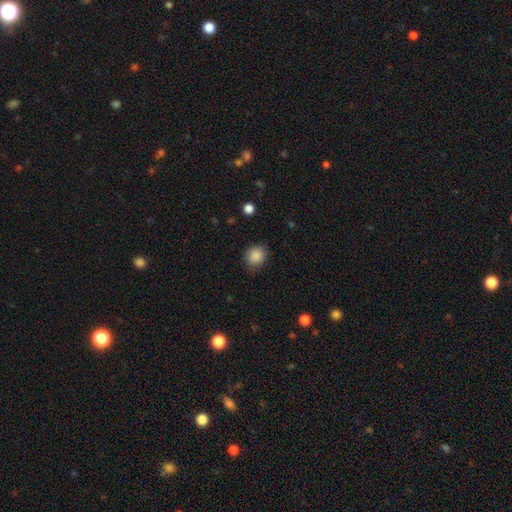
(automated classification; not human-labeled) smooth-or-featured: smooth: 88% | star or artifact: 9% | featured or disk: 3%
  how-rounded: round: 75% | in between: 25% | cigar-shaped: 1%
  merging: none: 81% | minor disturbance: 14% | major disturbance: 4% | merger: 1%